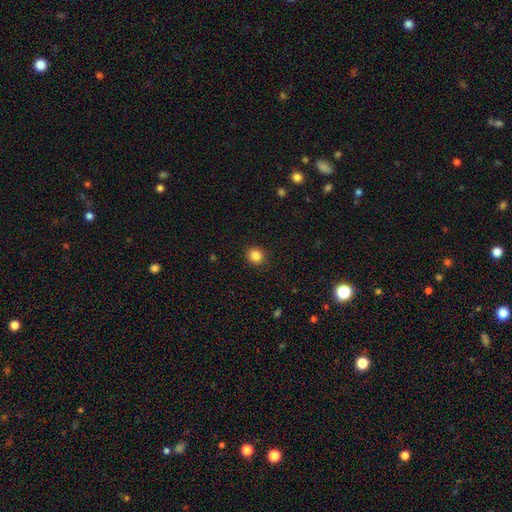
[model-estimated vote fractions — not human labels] Smooth or featured?
  - smooth: 84% *
  - star or artifact: 11%
  - featured or disk: 5%
How rounded?
  - round: 89% *
  - in between: 10%
  - cigar-shaped: 1%
Merging?
  - none: 92% *
  - minor disturbance: 6%
  - major disturbance: 2%
  - merger: 1%